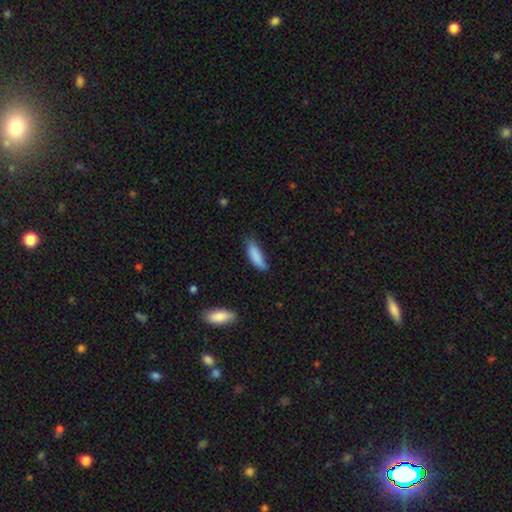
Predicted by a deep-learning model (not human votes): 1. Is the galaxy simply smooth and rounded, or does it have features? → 85% smooth, 9% featured or disk, 6% star or artifact.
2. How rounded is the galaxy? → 50% in between, 49% cigar-shaped, 2% round.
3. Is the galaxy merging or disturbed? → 54% none, 35% minor disturbance, 8% major disturbance, 3% merger.